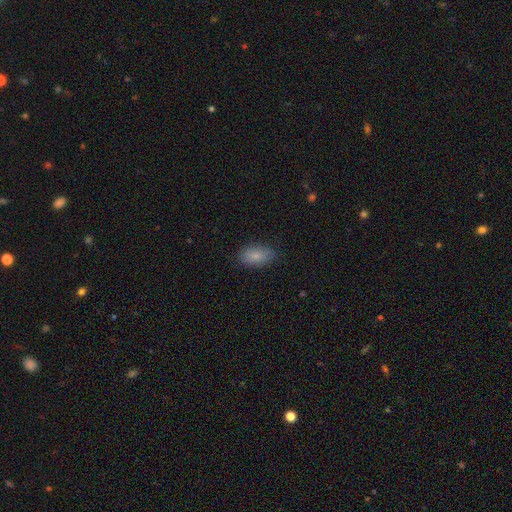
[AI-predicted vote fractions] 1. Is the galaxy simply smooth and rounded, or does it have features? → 85% smooth, 8% featured or disk, 7% star or artifact.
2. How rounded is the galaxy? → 92% in between, 4% round, 4% cigar-shaped.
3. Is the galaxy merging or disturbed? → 80% none, 16% minor disturbance, 3% major disturbance, 1% merger.